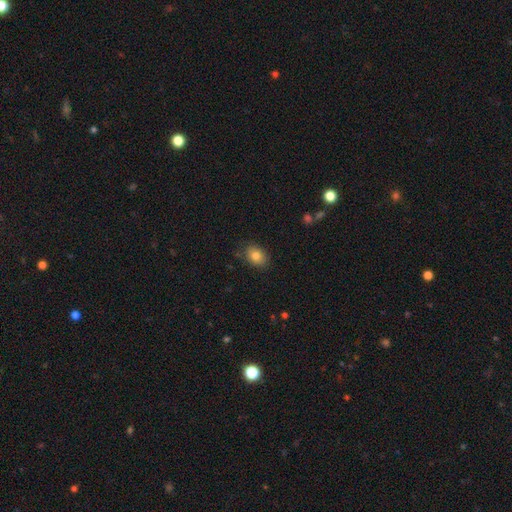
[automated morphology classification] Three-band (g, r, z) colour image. It shows a smooth galaxy with no disk features (82%) that is in between round and cigar-shaped (69%). Merging: none (83%).